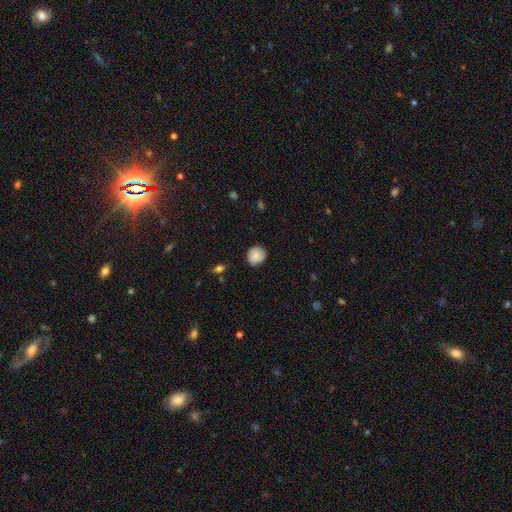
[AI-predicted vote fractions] A smooth galaxy with no disk features (78%) that is round (83%).

Vote fractions:
- Smooth or featured? smooth: 78% / featured or disk: 14% / star or artifact: 8%
- How rounded? round: 83% / in between: 16% / cigar-shaped: 1%
- Merging? none: 81% / minor disturbance: 15% / major disturbance: 3% / merger: 1%